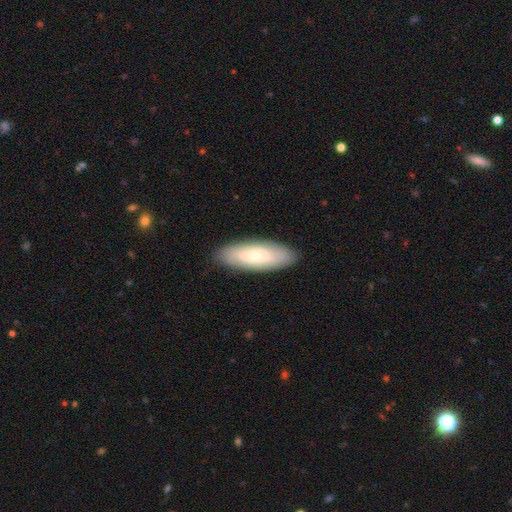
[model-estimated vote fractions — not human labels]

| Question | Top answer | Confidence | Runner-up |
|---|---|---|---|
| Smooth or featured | smooth | 52% | featured or disk (42%) |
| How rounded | in between | 68% | cigar-shaped (30%) |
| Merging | none | 86% | minor disturbance (11%) |